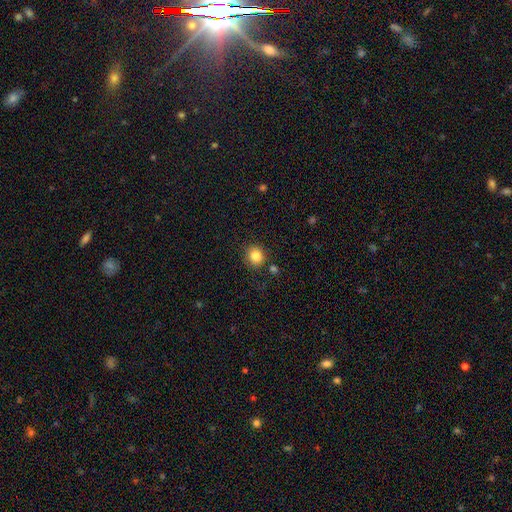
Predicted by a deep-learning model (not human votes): Overall: smooth (83%). How rounded: round (83%). Merging: none (84%).